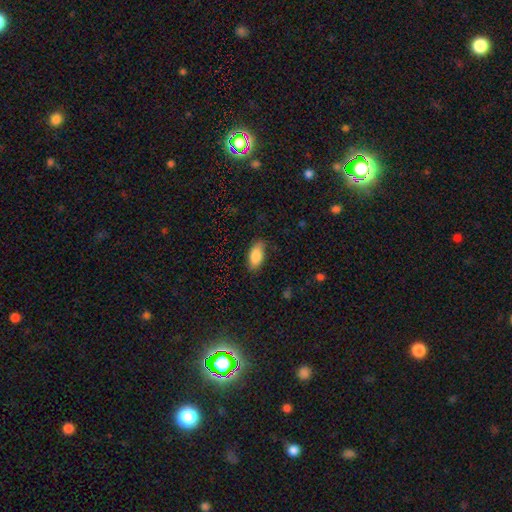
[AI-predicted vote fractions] This appears to be a smooth galaxy with no disk features (87%) that is in between round and cigar-shaped (91%). Merging: none (80%).